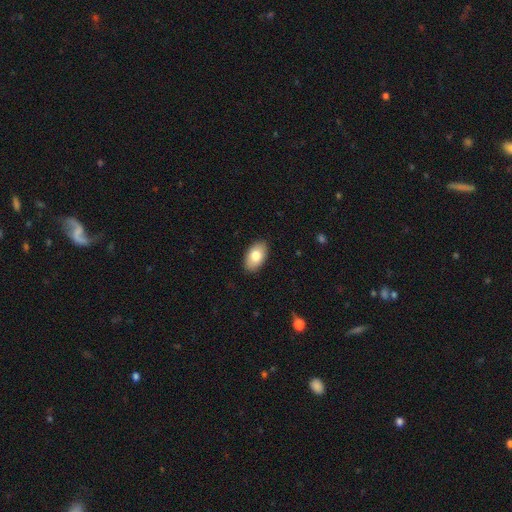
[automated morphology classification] This appears to be a smooth galaxy with no disk features (80%) that is in between round and cigar-shaped (94%). Merging: none (89%).